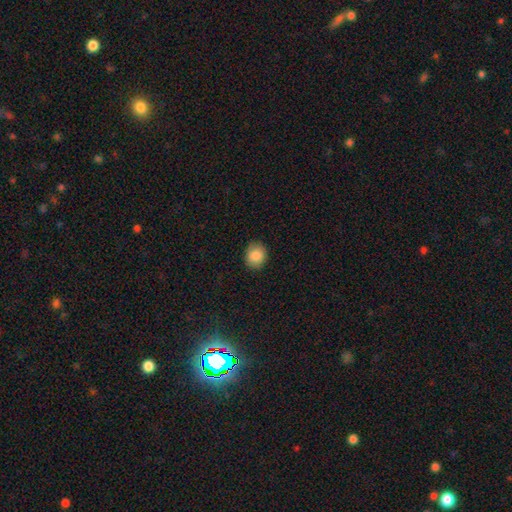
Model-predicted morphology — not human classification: This appears to be a smooth galaxy with no disk features (87%) that is round (65%). Merging: none (88%).